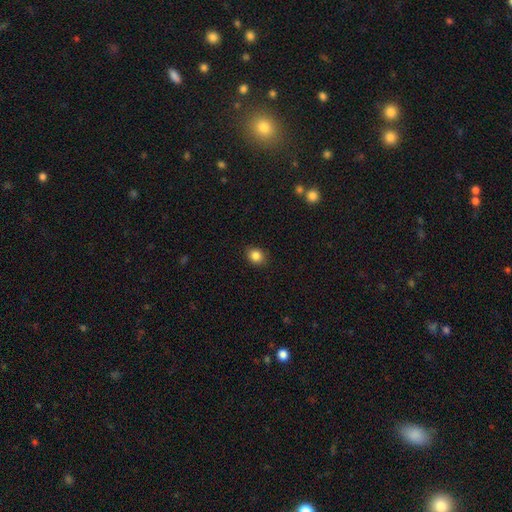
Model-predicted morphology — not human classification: type=smooth (85%); roundness=round (58%); merging=none (89%).